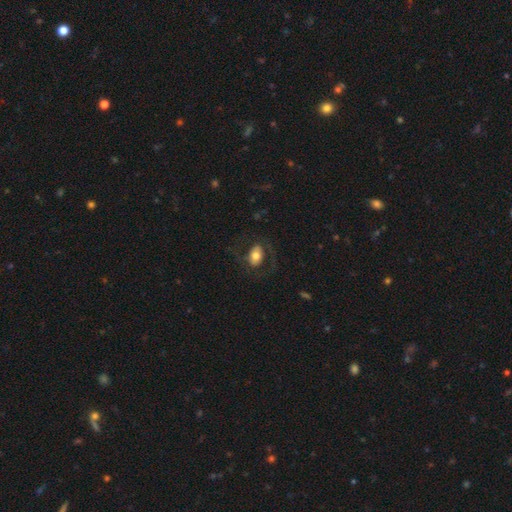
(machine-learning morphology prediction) Smooth or featured?
  - smooth: 63% *
  - featured or disk: 30%
  - star or artifact: 7%
How rounded?
  - in between: 82% *
  - round: 16%
  - cigar-shaped: 2%
Merging?
  - none: 71% *
  - major disturbance: 14%
  - minor disturbance: 13%
  - merger: 1%